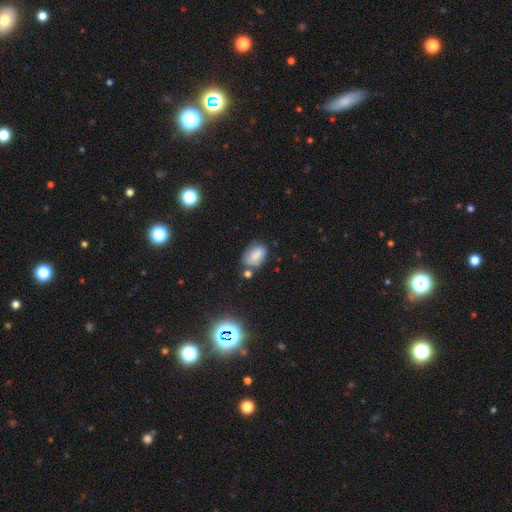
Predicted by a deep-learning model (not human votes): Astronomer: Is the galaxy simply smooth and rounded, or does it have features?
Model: smooth — 68%.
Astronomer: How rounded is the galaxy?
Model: in between — 81%.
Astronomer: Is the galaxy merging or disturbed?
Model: none — 54%.